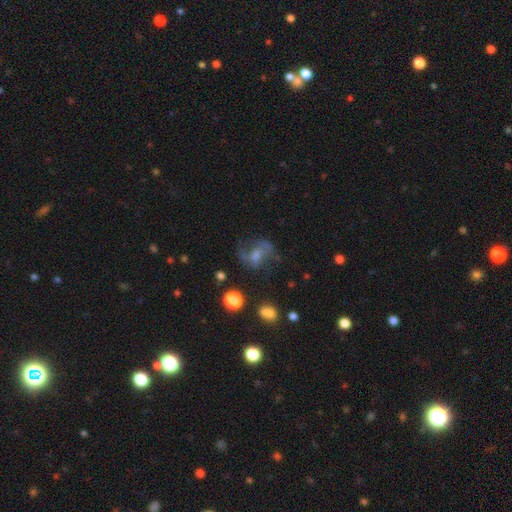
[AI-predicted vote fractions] Q: Smooth or featured?
A: featured or disk (54%); runner-up: smooth (28%)
Q: Edge-on disk?
A: no (96%); runner-up: yes (4%)
Q: Bar?
A: no (53%); runner-up: weak (37%)
Q: Spiral arms?
A: yes (72%); runner-up: no (28%)
Q: Bulge size?
A: moderate (41%); runner-up: small (32%)
Q: Merging?
A: none (52%); runner-up: major disturbance (24%)